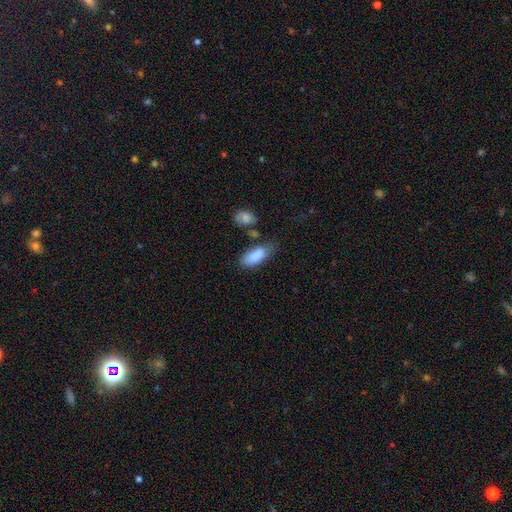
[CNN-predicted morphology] Smooth or featured: smooth — 87% (star or artifact — 7%)
How rounded: in between — 86% (cigar-shaped — 12%)
Merging: none — 56% (minor disturbance — 26%)